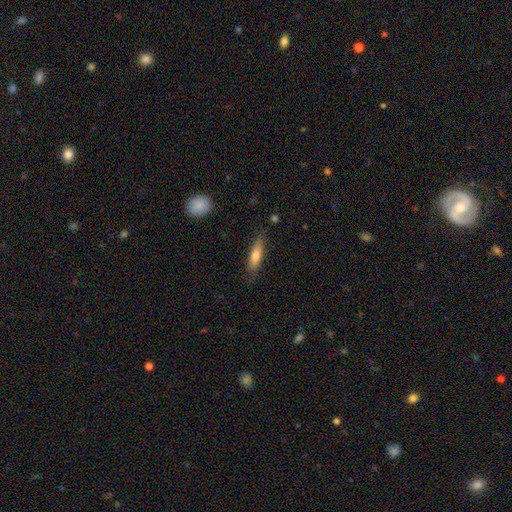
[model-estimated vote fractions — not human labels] smooth 69%, featured or disk 24%, star or artifact 6%. Down the decision tree: how rounded — cigar-shaped (67%); merging — none (79%).